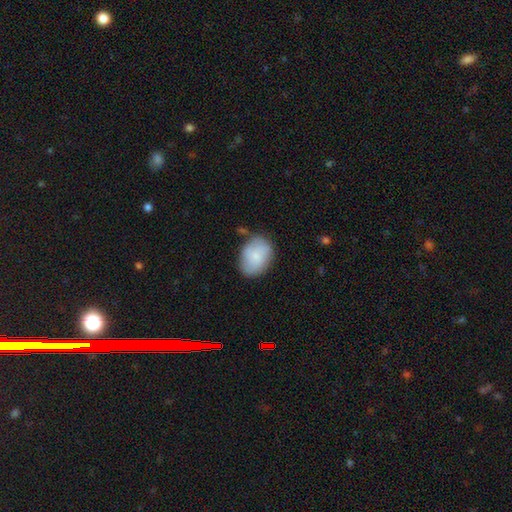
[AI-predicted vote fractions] This appears to be a smooth galaxy with no disk features (70%) that is in between round and cigar-shaped (67%). Merging: none (68%).